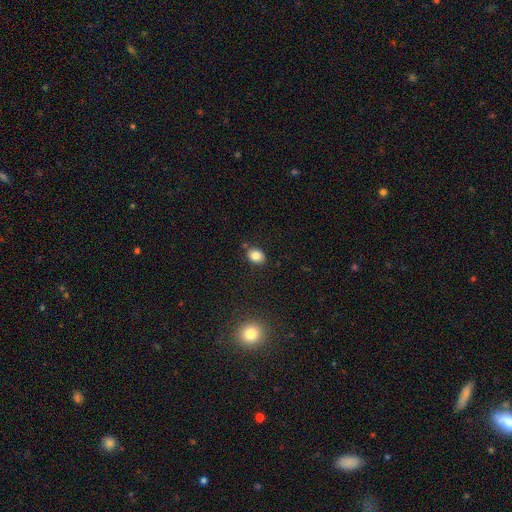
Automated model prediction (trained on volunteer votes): smooth 82%, star or artifact 11%, featured or disk 7%. Down the decision tree: how rounded — in between (59%); merging — none (81%).